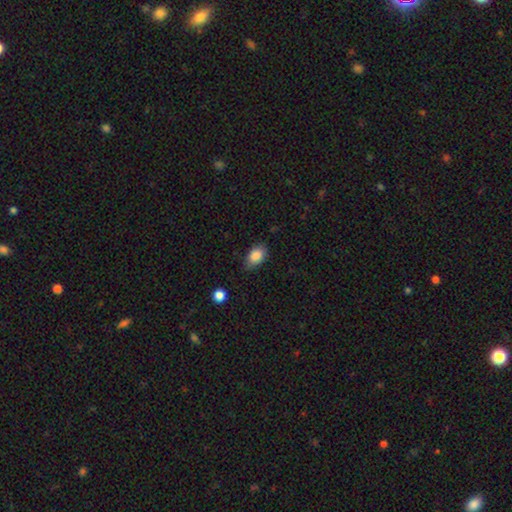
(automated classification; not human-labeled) This appears to be a smooth galaxy with no disk features (86%) that is in between round and cigar-shaped (87%). Merging: none (72%).